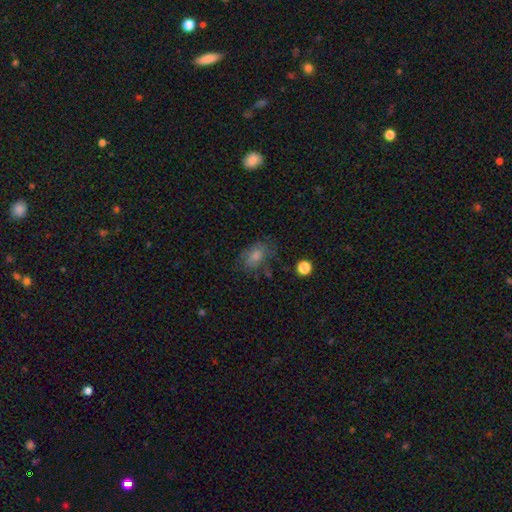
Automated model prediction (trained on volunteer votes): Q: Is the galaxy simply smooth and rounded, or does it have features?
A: smooth — 56%.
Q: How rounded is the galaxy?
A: in between — 78%.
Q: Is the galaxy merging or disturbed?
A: none — 70%.